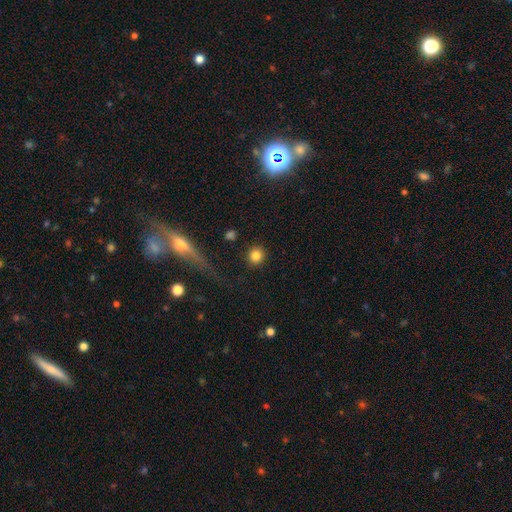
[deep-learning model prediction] Overall: smooth (83%). How rounded: round (94%). Merging: none (90%).